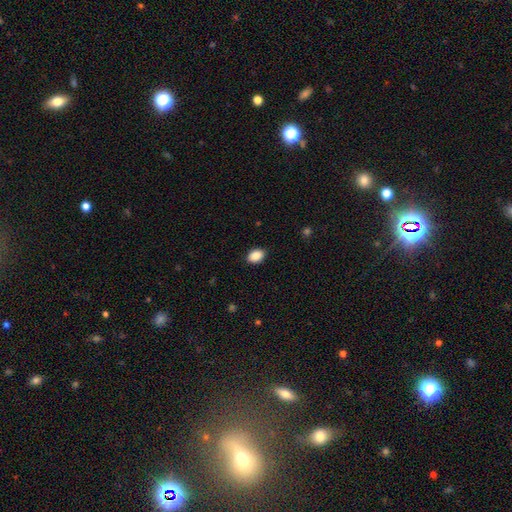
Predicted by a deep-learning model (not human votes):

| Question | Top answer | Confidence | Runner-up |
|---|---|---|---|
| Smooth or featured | smooth | 88% | star or artifact (8%) |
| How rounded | in between | 80% | round (19%) |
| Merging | none | 89% | minor disturbance (8%) |